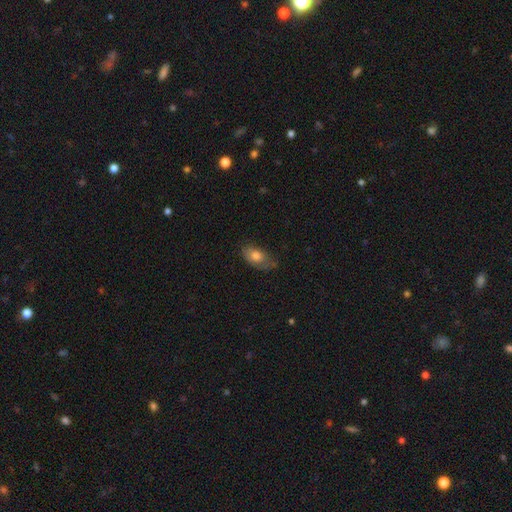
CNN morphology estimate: Overall: smooth (76%). How rounded: in between (88%). Merging: none (50%; minor disturbance 35%).